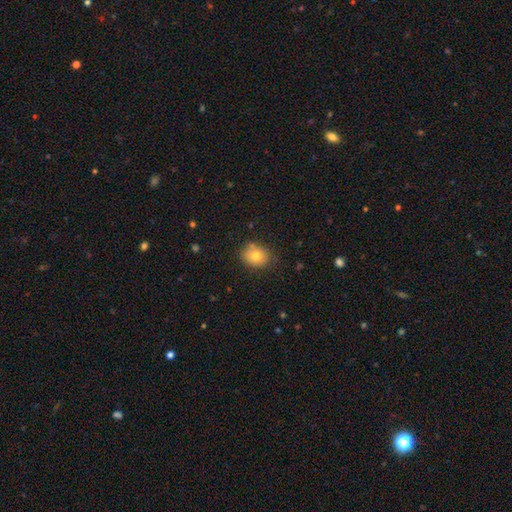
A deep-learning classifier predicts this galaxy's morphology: smooth_or_featured: smooth (p=0.76) [alt: featured or disk p=0.13]
how_rounded: round (p=0.67) [alt: in between p=0.32]
merging: none (p=0.75) [alt: minor disturbance p=0.19]